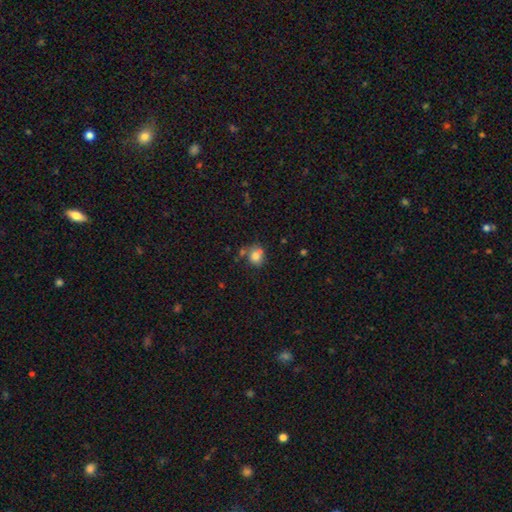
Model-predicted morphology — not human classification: smooth_or_featured: smooth (p=0.79) [alt: star or artifact p=0.11]
how_rounded: round (p=0.72) [alt: in between p=0.28]
merging: none (p=0.54) [alt: merger p=0.20]